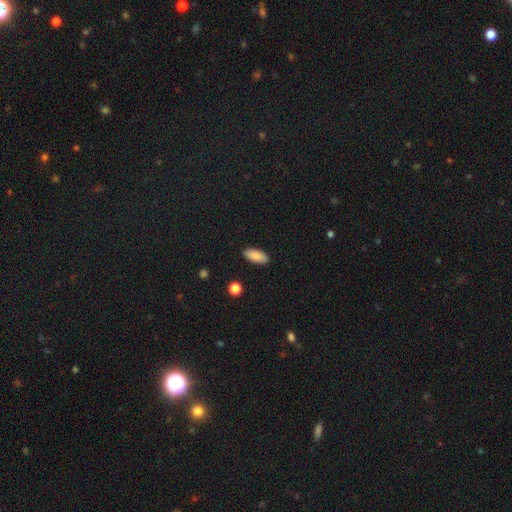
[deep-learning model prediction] Morphology: type=smooth (87%); roundness=in between (86%); merging=none (89%).